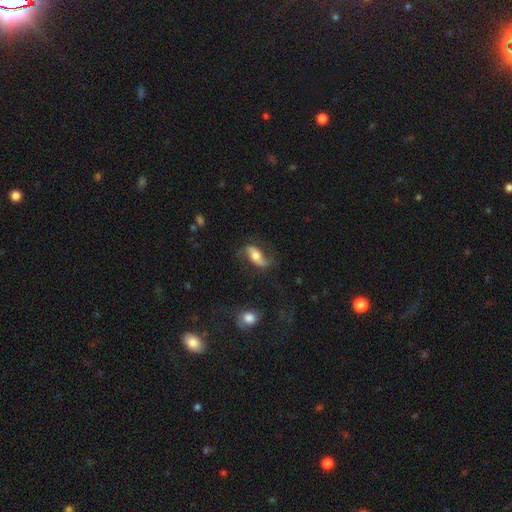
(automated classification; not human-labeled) This is likely a featured or disk galaxy (66%). It is clearly not viewed edge-on (90%). Bar: marginally no (42%). Spiral arm pattern: clearly yes (90%). Spiral arm count: clearly 2 (90%). Spiral winding: likely loose (65%). Central bulge: possibly moderate (57%). Merging: likely none (67%).